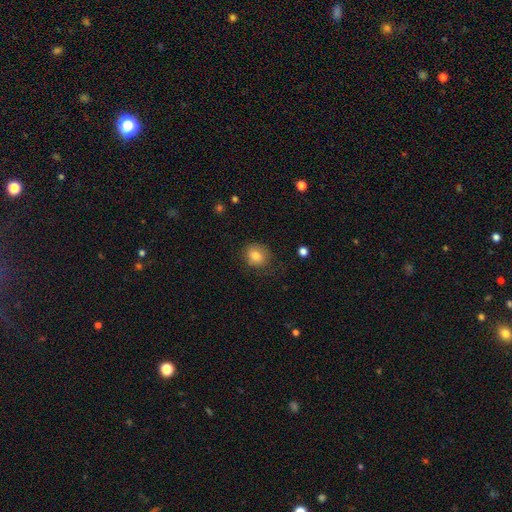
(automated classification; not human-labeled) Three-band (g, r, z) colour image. It shows a smooth galaxy with no disk features (80%) that is round (73%). Merging: none (74%).